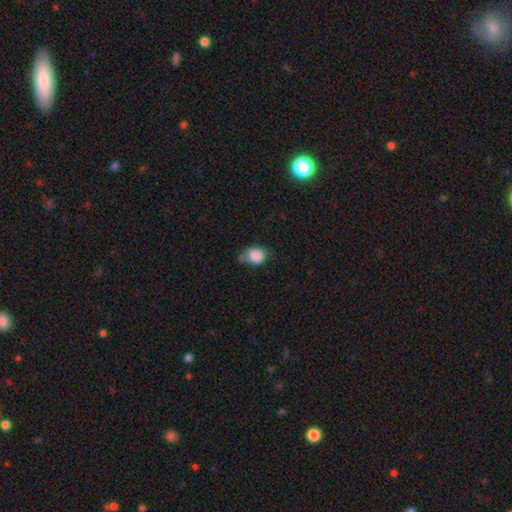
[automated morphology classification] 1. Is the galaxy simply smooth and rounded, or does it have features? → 85% smooth, 8% star or artifact, 7% featured or disk.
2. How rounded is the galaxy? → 55% in between, 44% round, 1% cigar-shaped.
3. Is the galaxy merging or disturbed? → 42% none, 37% minor disturbance, 13% major disturbance, 8% merger.